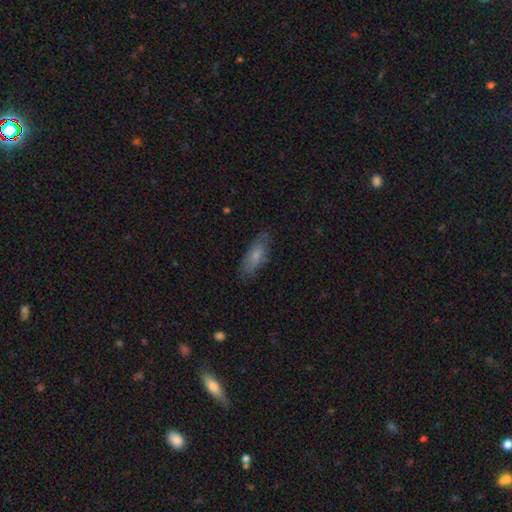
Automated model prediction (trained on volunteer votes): Smooth or featured? smooth (72%)
How rounded? in between (69%)
Merging? none (78%)